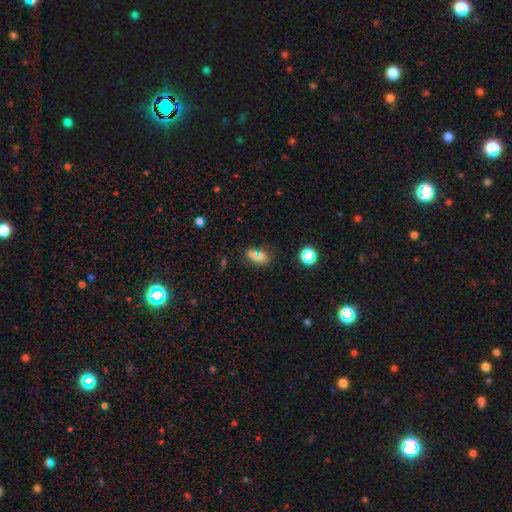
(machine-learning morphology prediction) This is likely a smooth galaxy (62%). How rounded: likely in between (61%). Merging: likely none (78%).